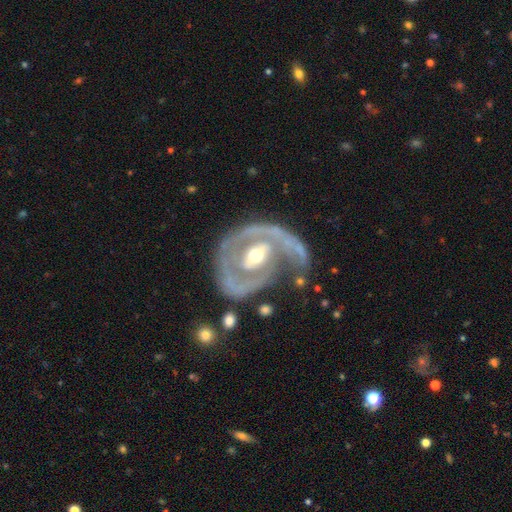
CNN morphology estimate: A featured or disk galaxy (86%) with a weak bar (40%), 2 (48%) tight (47%) spiral arms (75%) and a moderate central bulge (68%).

Vote fractions:
- Smooth or featured? featured or disk: 86% / smooth: 9% / star or artifact: 4%
- Edge-on disk? no: 97% / yes: 3%
- Bar? weak: 40% / no: 31% / strong: 29%
- Spiral arms? yes: 75% / no: 25%
- Spiral winding? tight: 47% / medium: 35% / loose: 18%
- Spiral arm count? 2: 48% / 1: 28% / can't tell: 14% / 3: 5% / 4: 3% / more than 4: 2%
- Bulge size? moderate: 68% / small: 23% / large: 6% / none: 1% / dominant: 1%
- Merging? none: 43% / major disturbance: 26% / minor disturbance: 24% / merger: 7%